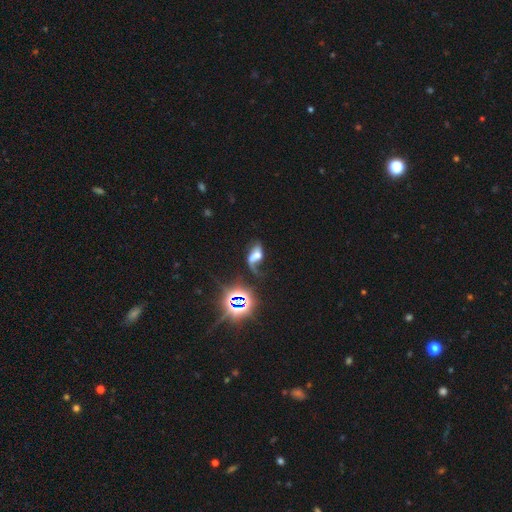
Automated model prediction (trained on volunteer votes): Smooth or featured?
  - featured or disk: 52% *
  - smooth: 28%
  - star or artifact: 20%
Edge-on disk?
  - no: 91% *
  - yes: 9%
Merging?
  - major disturbance: 34% *
  - none: 32%
  - minor disturbance: 20%
  - merger: 14%